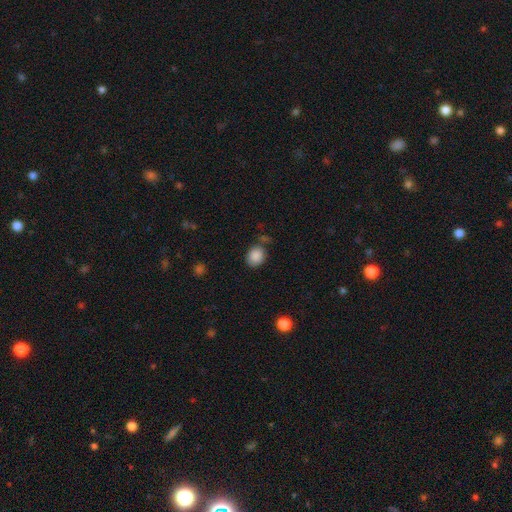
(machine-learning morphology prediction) The model was most divided on "how rounded": round: 58%, in between: 41%, cigar-shaped: 1%. More confident: smooth or featured — smooth (87%); merging — none (74%).